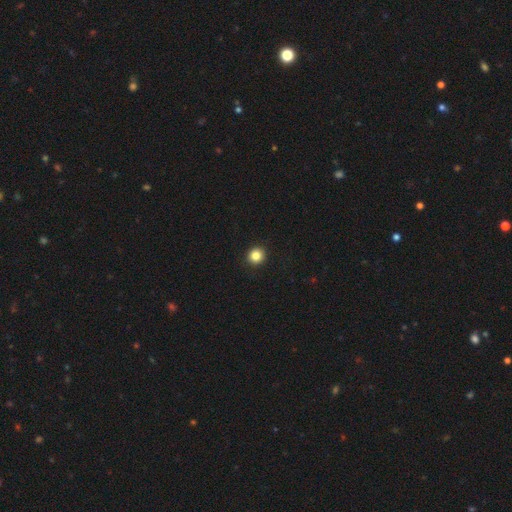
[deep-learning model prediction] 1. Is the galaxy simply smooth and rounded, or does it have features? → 85% smooth, 11% star or artifact, 4% featured or disk.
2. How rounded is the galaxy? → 92% round, 7% in between, 1% cigar-shaped.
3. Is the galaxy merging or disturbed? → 93% none, 4% minor disturbance, 1% major disturbance, 1% merger.